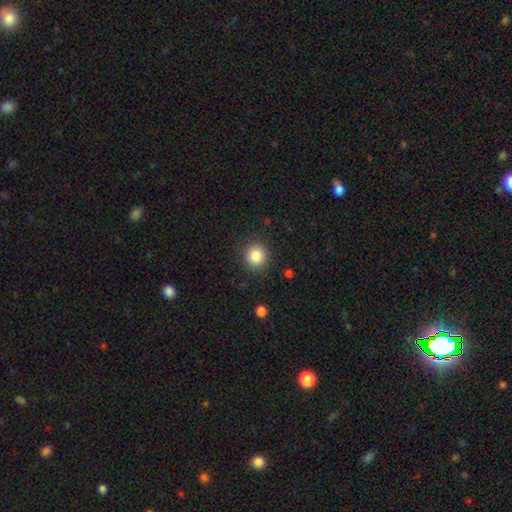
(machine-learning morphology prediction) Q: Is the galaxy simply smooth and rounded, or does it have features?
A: smooth — 84%.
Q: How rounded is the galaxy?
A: round — 91%.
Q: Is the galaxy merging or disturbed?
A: none — 89%.